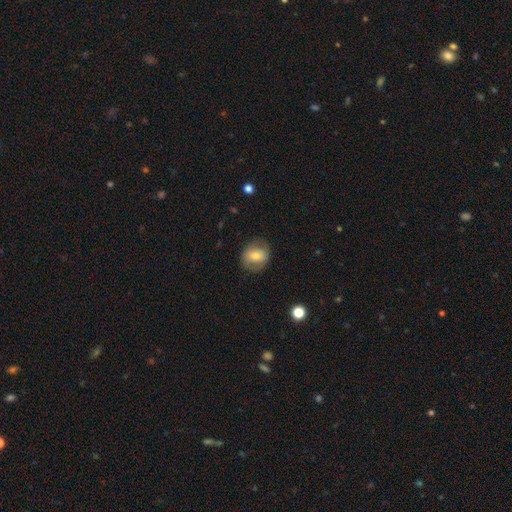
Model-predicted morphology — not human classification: Smooth or featured?
  - smooth: 61% *
  - featured or disk: 31%
  - star or artifact: 8%
How rounded?
  - round: 59% *
  - in between: 39%
  - cigar-shaped: 1%
Merging?
  - none: 76% *
  - minor disturbance: 16%
  - major disturbance: 7%
  - merger: 1%